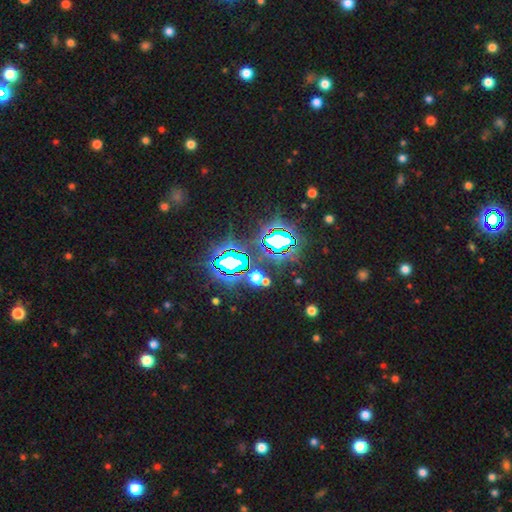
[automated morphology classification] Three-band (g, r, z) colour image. It shows a star or artifact, not a galaxy (82%).